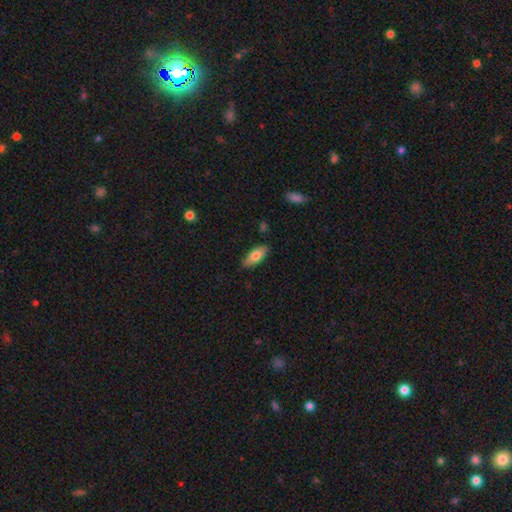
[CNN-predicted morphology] This appears to be a smooth galaxy with no disk features (76%) that is in between round and cigar-shaped (82%). Merging: none (85%).